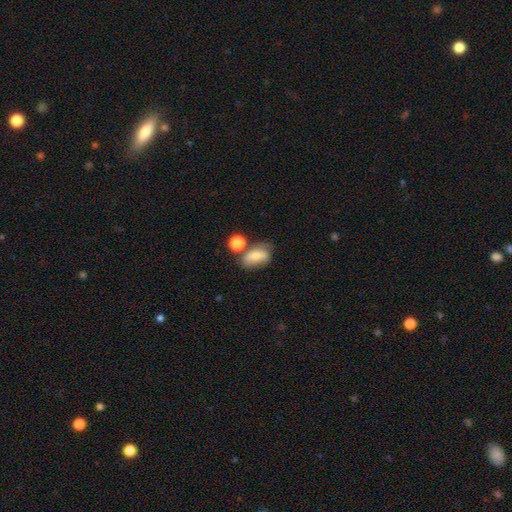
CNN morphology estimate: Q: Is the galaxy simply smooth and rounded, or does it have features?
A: smooth — 73%.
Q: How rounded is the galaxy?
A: in between — 83%.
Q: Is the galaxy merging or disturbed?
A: none — 43%.